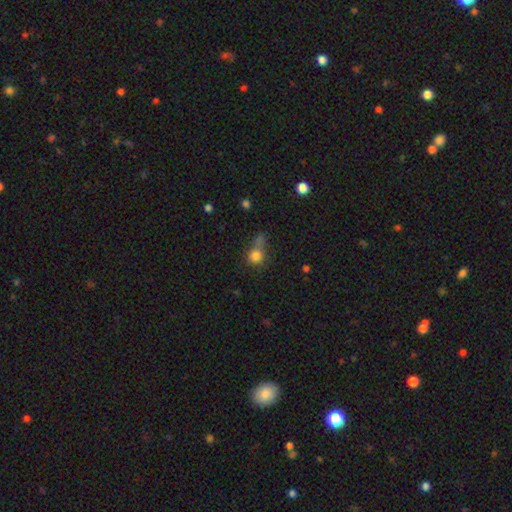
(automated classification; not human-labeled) A smooth galaxy with no disk features (78%) that is round (85%).

Vote fractions:
- Smooth or featured? smooth: 78% / star or artifact: 13% / featured or disk: 9%
- How rounded? round: 85% / in between: 13% / cigar-shaped: 2%
- Merging? none: 45% / merger: 27% / minor disturbance: 16% / major disturbance: 12%